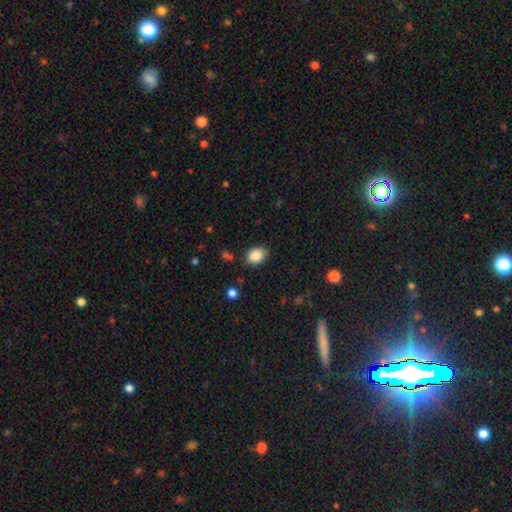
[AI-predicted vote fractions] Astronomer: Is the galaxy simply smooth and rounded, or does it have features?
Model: smooth — 86%.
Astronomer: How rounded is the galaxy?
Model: in between — 63%.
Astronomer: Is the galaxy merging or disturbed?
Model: none — 79%.